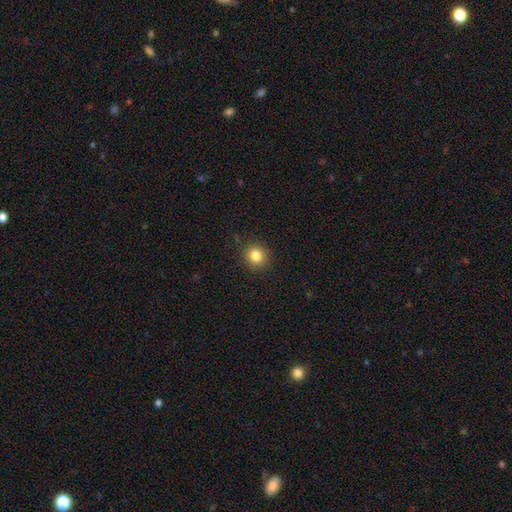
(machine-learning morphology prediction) A smooth galaxy with no disk features (82%) that is round (86%).

Vote fractions:
- Smooth or featured? smooth: 82% / star or artifact: 12% / featured or disk: 6%
- How rounded? round: 86% / in between: 13% / cigar-shaped: 1%
- Merging? none: 89% / minor disturbance: 8% / major disturbance: 2% / merger: 1%